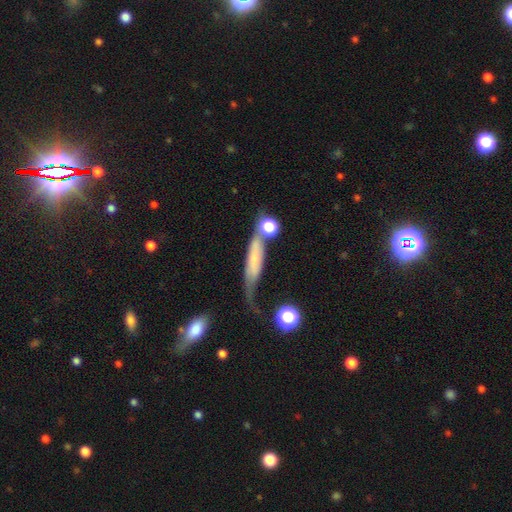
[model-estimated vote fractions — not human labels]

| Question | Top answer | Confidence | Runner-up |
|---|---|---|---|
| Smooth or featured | smooth | 45% | featured or disk (40%) |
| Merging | none | 40% | minor disturbance (25%) |